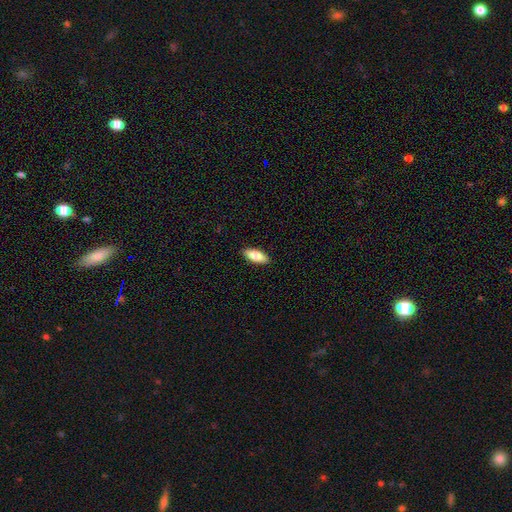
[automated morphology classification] Smooth or featured? smooth (82%)
How rounded? in between (80%)
Merging? none (89%)